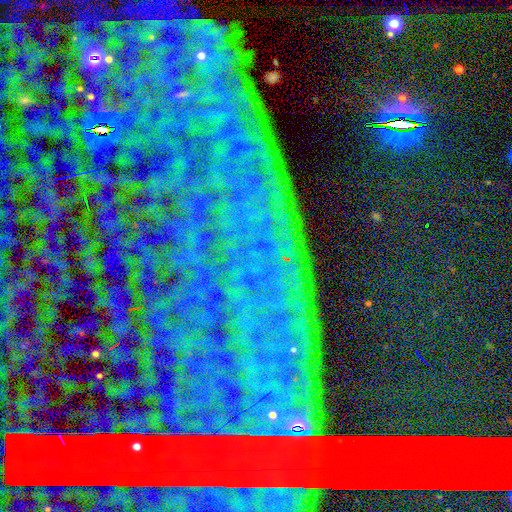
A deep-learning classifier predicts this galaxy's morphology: This appears to be a star or artifact, not a galaxy (85%).